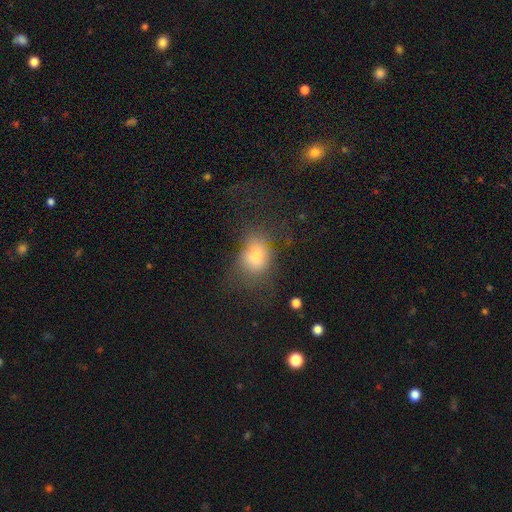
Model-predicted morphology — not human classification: Smooth or featured? smooth (72%)
How rounded? in between (53%)
Merging? none (53%)